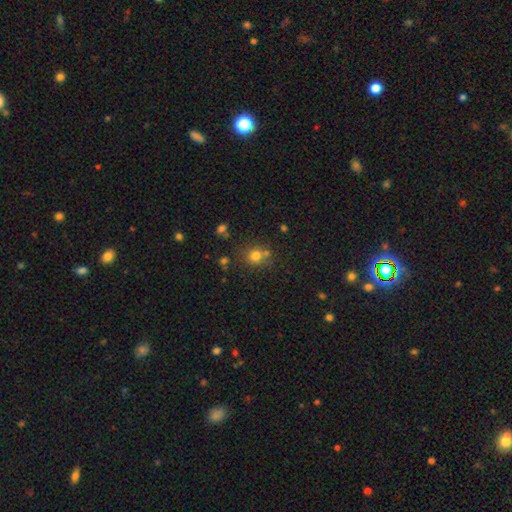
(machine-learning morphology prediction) This is likely a smooth galaxy (75%). How rounded: clearly round (81%). Merging: likely none (64%).